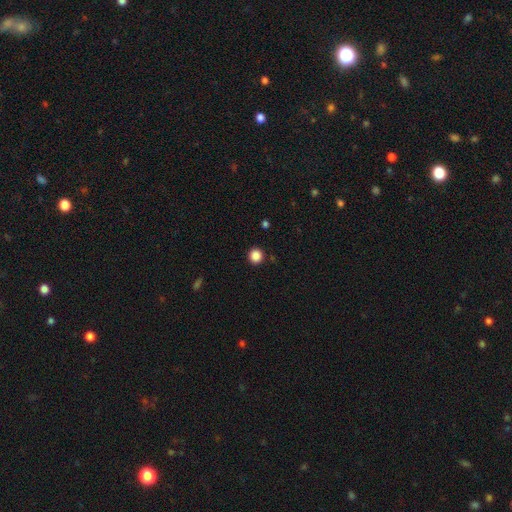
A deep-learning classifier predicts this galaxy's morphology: A smooth galaxy with no disk features (87%) that is round (94%). Merging: none (92%).